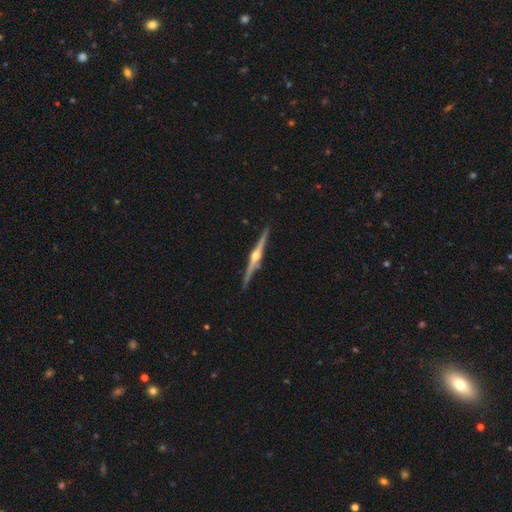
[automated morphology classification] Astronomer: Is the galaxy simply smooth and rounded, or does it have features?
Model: featured or disk — 88%.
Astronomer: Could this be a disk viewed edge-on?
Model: yes — 99%.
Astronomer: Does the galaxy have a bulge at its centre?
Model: rounded — 94%.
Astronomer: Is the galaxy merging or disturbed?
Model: none — 92%.